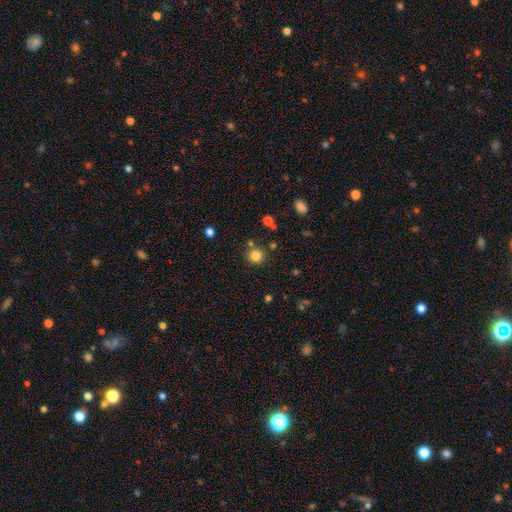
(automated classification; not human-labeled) Smooth or featured?
  - smooth: 82% *
  - star or artifact: 13%
  - featured or disk: 5%
How rounded?
  - round: 92% *
  - in between: 7%
  - cigar-shaped: 1%
Merging?
  - none: 80% *
  - minor disturbance: 9%
  - merger: 8%
  - major disturbance: 3%